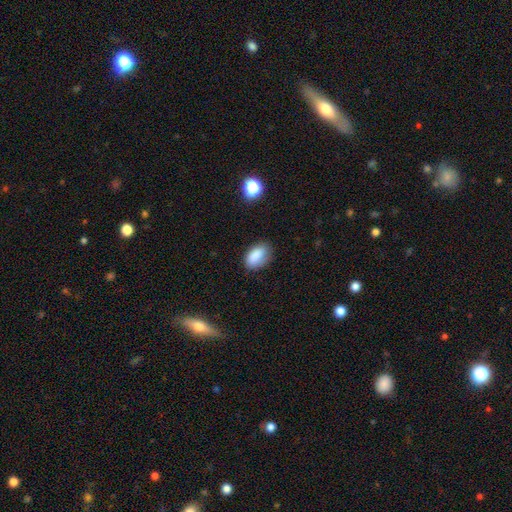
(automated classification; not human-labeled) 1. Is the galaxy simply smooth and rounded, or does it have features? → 87% smooth, 8% star or artifact, 5% featured or disk.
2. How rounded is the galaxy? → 91% in between, 7% round, 2% cigar-shaped.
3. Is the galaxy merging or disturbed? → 77% none, 18% minor disturbance, 4% major disturbance, 2% merger.